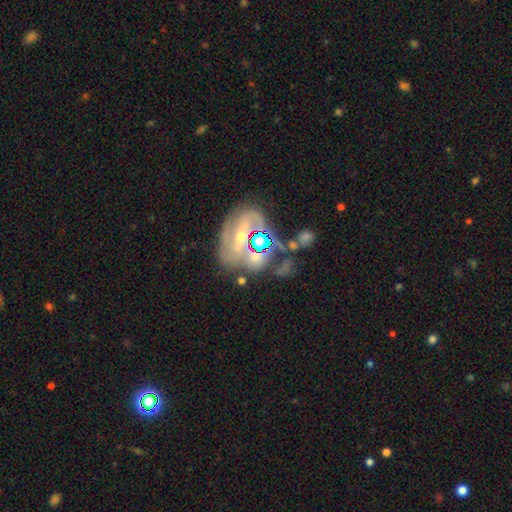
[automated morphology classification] Smooth or featured: featured or disk — 47% (smooth — 29%)
Merging: none — 50% (merger — 19%)